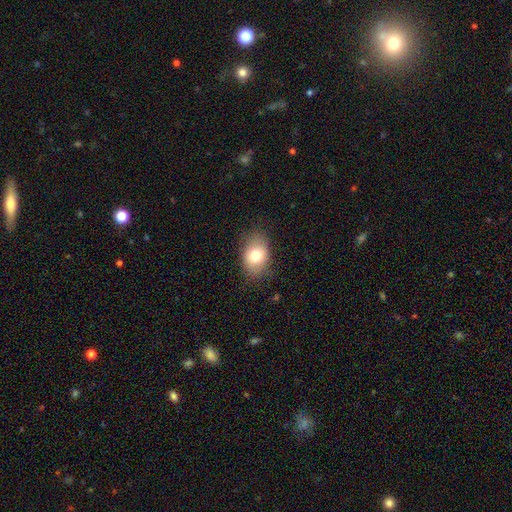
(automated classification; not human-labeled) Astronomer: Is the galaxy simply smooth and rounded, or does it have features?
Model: smooth — 78%.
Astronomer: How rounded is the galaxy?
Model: in between — 77%.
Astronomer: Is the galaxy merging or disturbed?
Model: none — 79%.